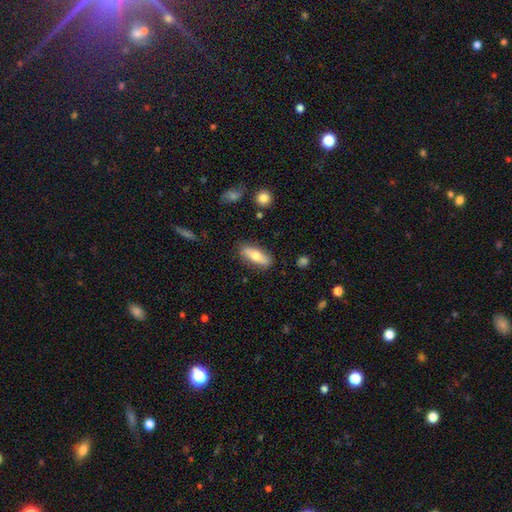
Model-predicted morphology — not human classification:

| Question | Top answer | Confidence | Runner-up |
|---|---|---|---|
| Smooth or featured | smooth | 62% | featured or disk (31%) |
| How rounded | in between | 61% | cigar-shaped (36%) |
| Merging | none | 84% | minor disturbance (12%) |